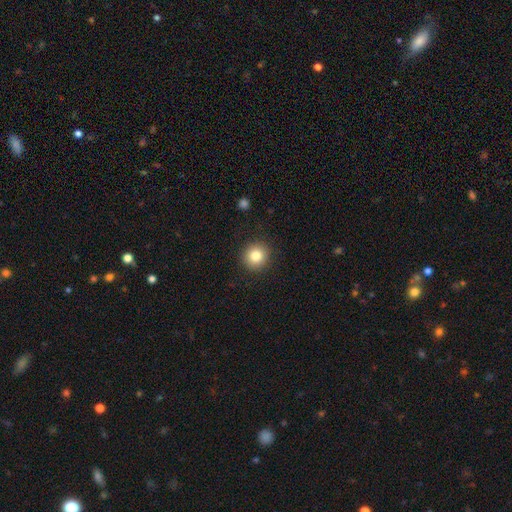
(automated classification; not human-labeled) Q: Smooth or featured?
A: smooth (82%); runner-up: star or artifact (11%)
Q: How rounded?
A: round (92%); runner-up: in between (7%)
Q: Merging?
A: none (91%); runner-up: minor disturbance (6%)